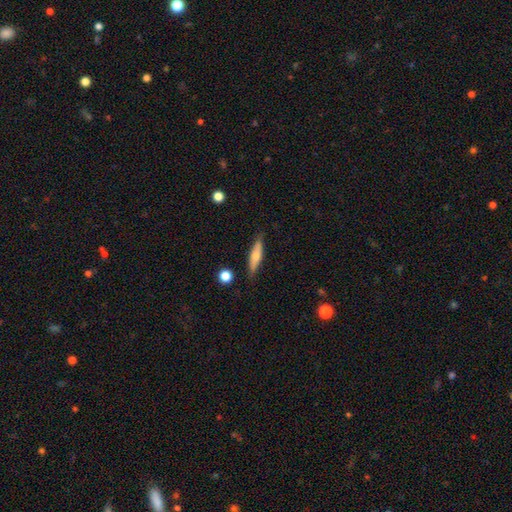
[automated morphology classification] Smooth or featured: smooth — 59% (featured or disk — 35%)
How rounded: cigar-shaped — 73% (in between — 24%)
Merging: none — 82% (minor disturbance — 13%)